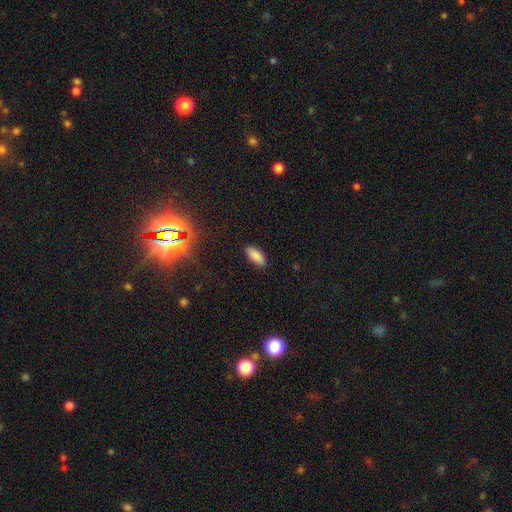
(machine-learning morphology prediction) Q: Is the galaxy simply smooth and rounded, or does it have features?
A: smooth — 86%.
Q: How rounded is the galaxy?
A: in between — 82%.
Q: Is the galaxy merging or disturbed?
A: none — 89%.